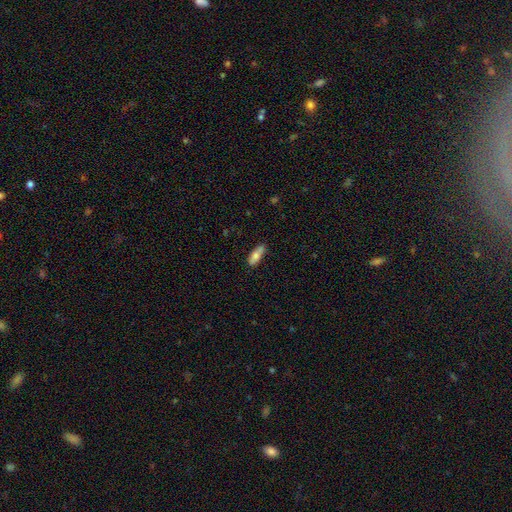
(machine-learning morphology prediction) Smooth or featured?
  - smooth: 70% *
  - featured or disk: 23%
  - star or artifact: 7%
How rounded?
  - in between: 64% *
  - cigar-shaped: 33%
  - round: 3%
Merging?
  - none: 66% *
  - minor disturbance: 23%
  - merger: 6%
  - major disturbance: 5%